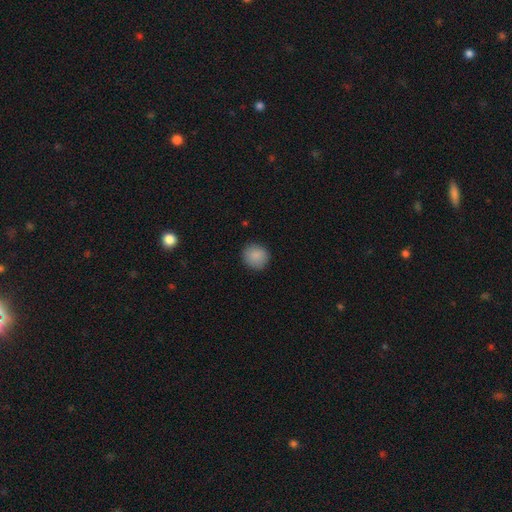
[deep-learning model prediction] Smooth or featured? smooth (88%)
How rounded? round (87%)
Merging? none (88%)